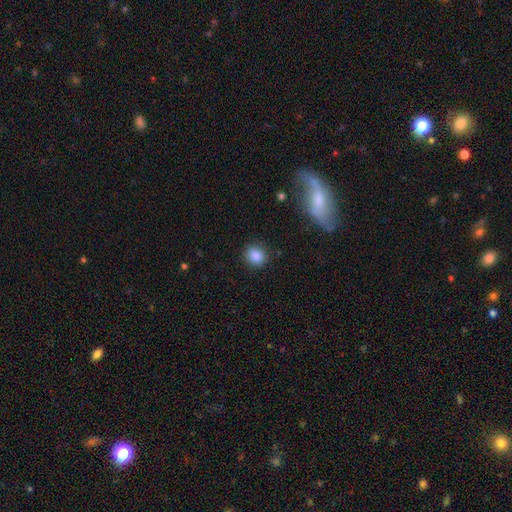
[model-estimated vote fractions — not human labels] Q: Smooth or featured?
A: smooth (86%); runner-up: star or artifact (9%)
Q: How rounded?
A: round (77%); runner-up: in between (22%)
Q: Merging?
A: none (88%); runner-up: minor disturbance (8%)